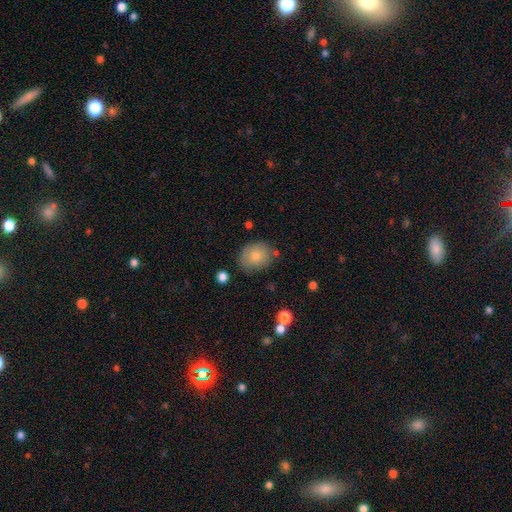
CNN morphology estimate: Smooth or featured? smooth (78%)
How rounded? round (63%)
Merging? none (75%)